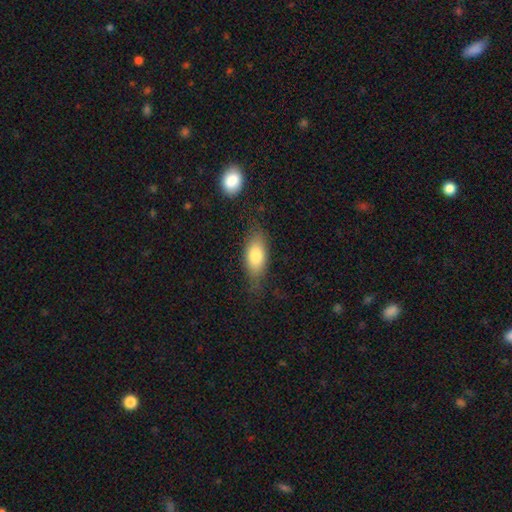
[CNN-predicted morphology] Smooth or featured: smooth — 78% (featured or disk — 15%)
How rounded: in between — 83% (cigar-shaped — 13%)
Merging: none — 70% (minor disturbance — 21%)